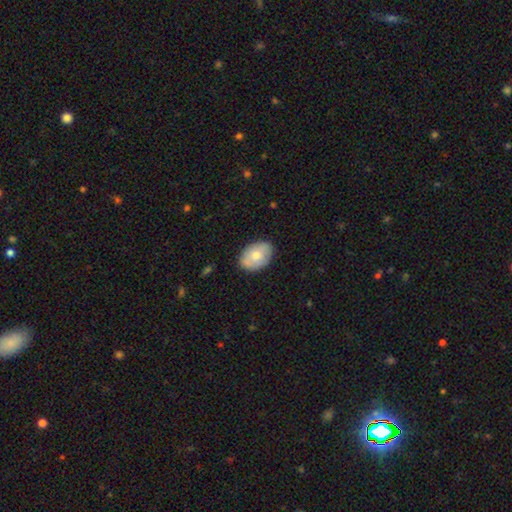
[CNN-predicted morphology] Smooth or featured?
  - smooth: 68% *
  - featured or disk: 26%
  - star or artifact: 6%
How rounded?
  - in between: 79% *
  - round: 20%
  - cigar-shaped: 1%
Merging?
  - none: 82% *
  - minor disturbance: 14%
  - major disturbance: 3%
  - merger: 1%